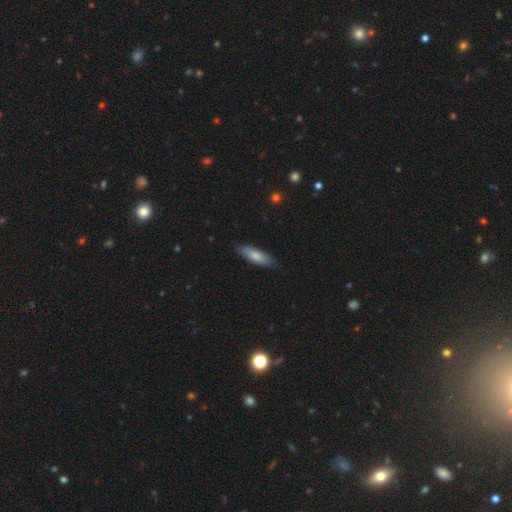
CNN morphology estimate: Smooth or featured: smooth — 78% (featured or disk — 17%)
How rounded: in between — 51% (cigar-shaped — 47%)
Merging: none — 82% (minor disturbance — 15%)